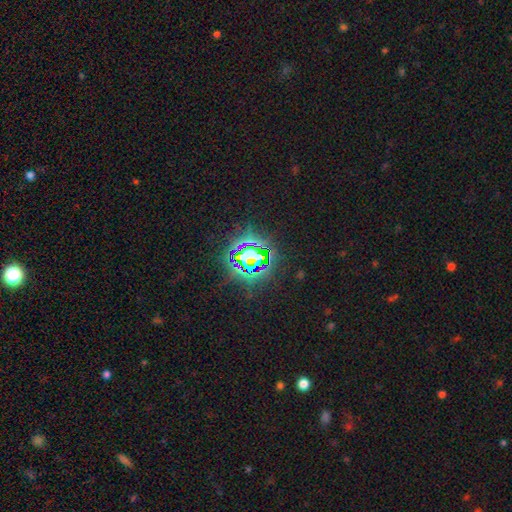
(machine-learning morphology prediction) Smooth or featured? star or artifact (77%)